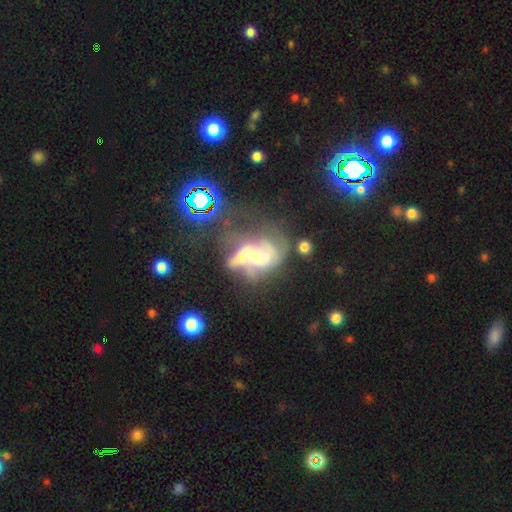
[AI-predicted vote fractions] Smooth or featured? featured or disk (67%)
Edge-on disk? no (97%)
Bar? no (51%)
Spiral arms? yes (65%)
Bulge size? moderate (33%)
Merging? merger (40%)